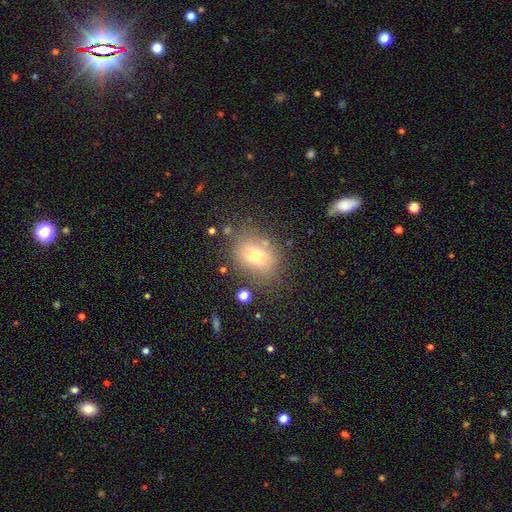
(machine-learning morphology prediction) This is likely a smooth galaxy (61%). How rounded: possibly in between (57%). Merging: likely none (71%).